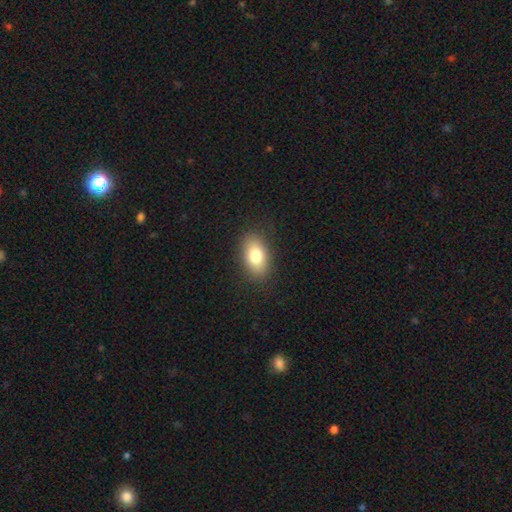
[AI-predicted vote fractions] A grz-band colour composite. It shows a smooth galaxy with no disk features (79%) that is in between round and cigar-shaped (90%). Merging: none (86%).